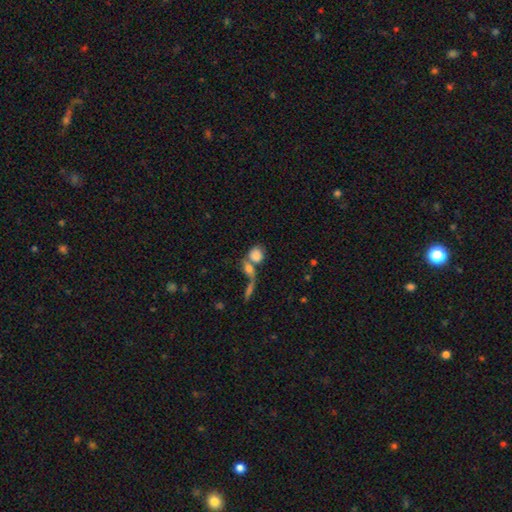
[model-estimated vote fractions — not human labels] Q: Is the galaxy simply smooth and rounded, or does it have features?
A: smooth — 77%.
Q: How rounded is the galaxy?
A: round — 55%.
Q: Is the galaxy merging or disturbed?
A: merger — 57%.